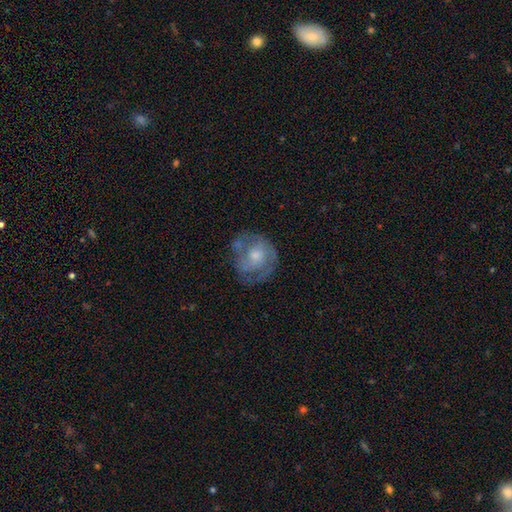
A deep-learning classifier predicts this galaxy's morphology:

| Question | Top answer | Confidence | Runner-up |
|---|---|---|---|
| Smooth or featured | featured or disk | 65% | smooth (27%) |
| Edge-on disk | no | 97% | yes (3%) |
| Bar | no | 76% | weak (21%) |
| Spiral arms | yes | 73% | no (27%) |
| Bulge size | moderate | 53% | small (33%) |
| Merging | none | 63% | minor disturbance (21%) |